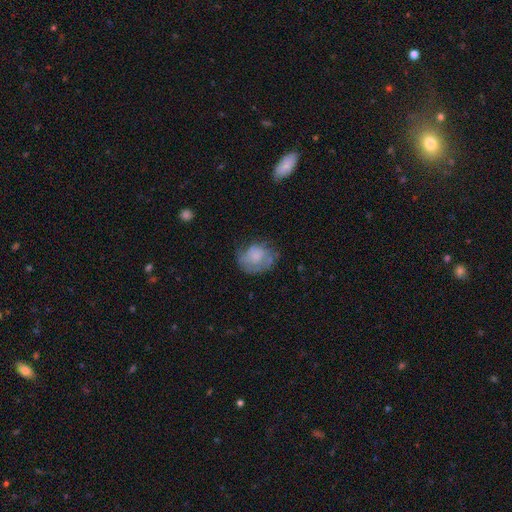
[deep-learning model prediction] Smooth or featured: smooth — 51% (featured or disk — 40%)
How rounded: round — 59% (in between — 40%)
Merging: none — 53% (minor disturbance — 28%)